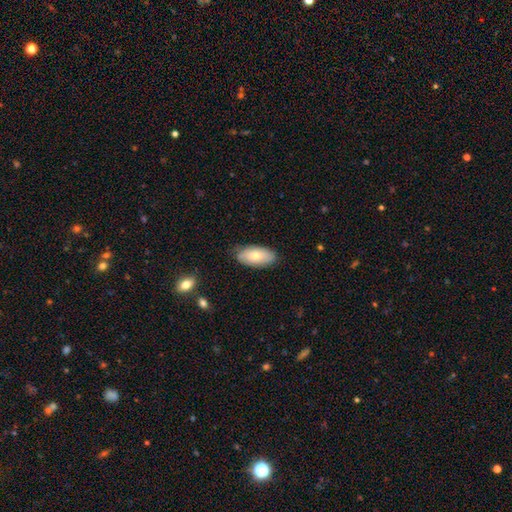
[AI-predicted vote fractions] smooth 70%, featured or disk 24%, star or artifact 6%. Down the decision tree: how rounded — in between (93%); merging — none (78%).